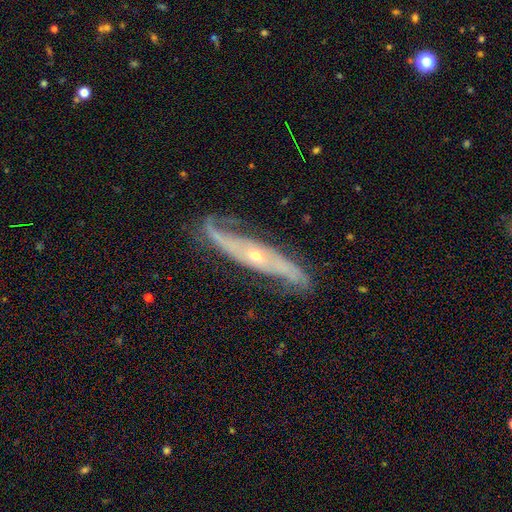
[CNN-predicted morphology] Smooth or featured: featured or disk — 86% (smooth — 8%)
Edge-on disk: no — 71% (yes — 29%)
Bar: no — 64% (weak — 21%)
Spiral arms: yes — 94% (no — 6%)
Spiral winding: medium — 41% (tight — 31%)
Spiral arm count: 2 — 80% (can't tell — 10%)
Bulge size: small — 61% (moderate — 36%)
Merging: none — 76% (minor disturbance — 16%)